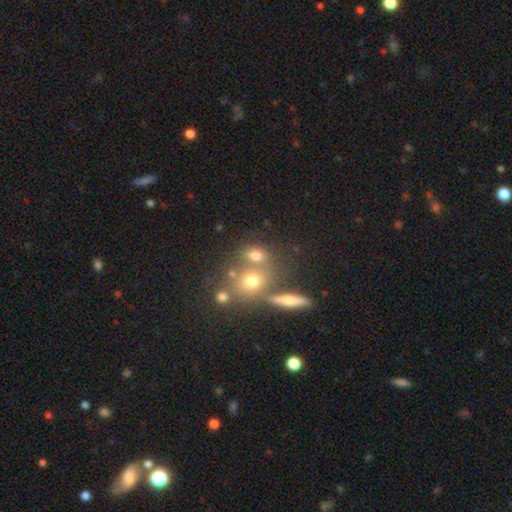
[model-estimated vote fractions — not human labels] Smooth or featured?
  - smooth: 67% *
  - star or artifact: 17%
  - featured or disk: 17%
How rounded?
  - in between: 50% *
  - round: 44%
  - cigar-shaped: 6%
Merging?
  - none: 50% *
  - merger: 33%
  - minor disturbance: 11%
  - major disturbance: 6%